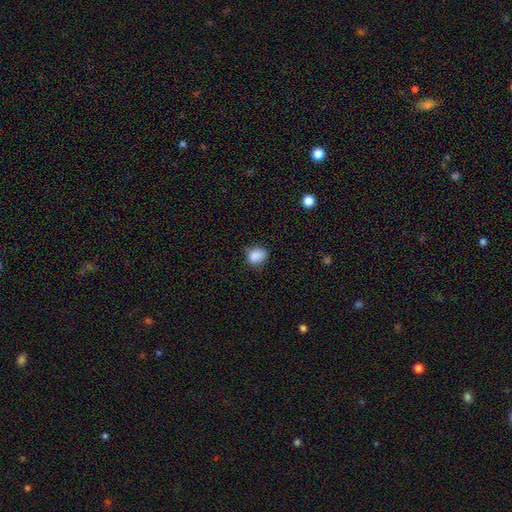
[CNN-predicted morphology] Q: Smooth or featured?
A: smooth (86%); runner-up: star or artifact (9%)
Q: How rounded?
A: in between (52%); runner-up: round (47%)
Q: Merging?
A: none (67%); runner-up: minor disturbance (26%)